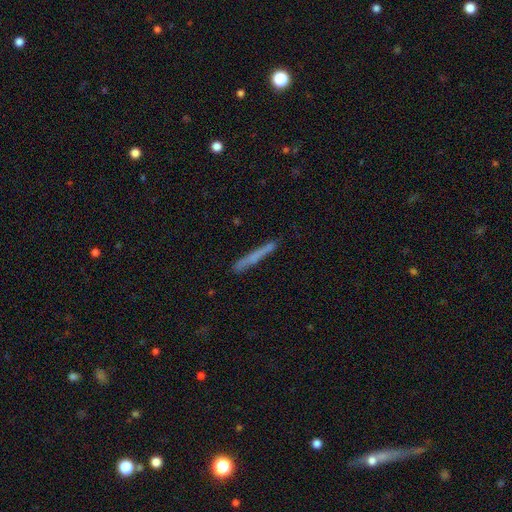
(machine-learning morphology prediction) This appears to be a smooth galaxy with no disk features (61%) that is cigar-shaped (97%). Merging: none (86%).